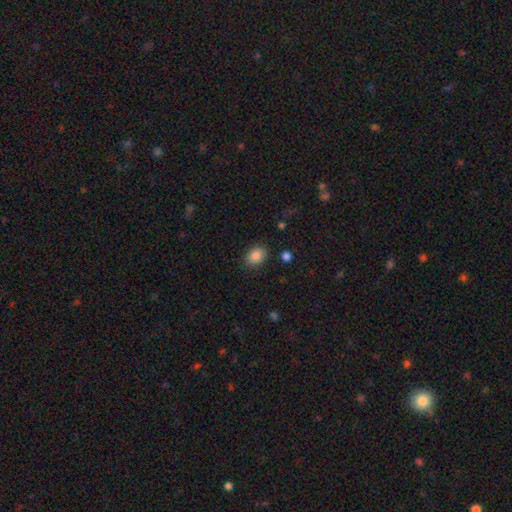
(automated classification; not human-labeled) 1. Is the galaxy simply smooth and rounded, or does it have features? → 85% smooth, 9% star or artifact, 6% featured or disk.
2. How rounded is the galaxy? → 72% in between, 27% round, 1% cigar-shaped.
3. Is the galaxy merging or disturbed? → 85% none, 10% minor disturbance, 3% major disturbance, 2% merger.